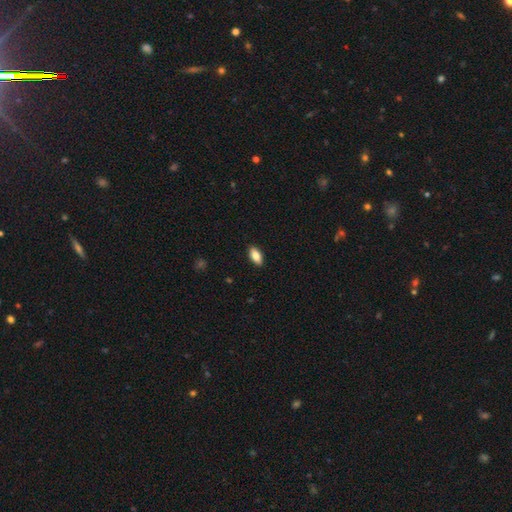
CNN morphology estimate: smooth-or-featured: smooth: 82% | featured or disk: 11% | star or artifact: 7%
  how-rounded: in between: 88% | cigar-shaped: 9% | round: 3%
  merging: none: 90% | minor disturbance: 8% | major disturbance: 2% | merger: 1%